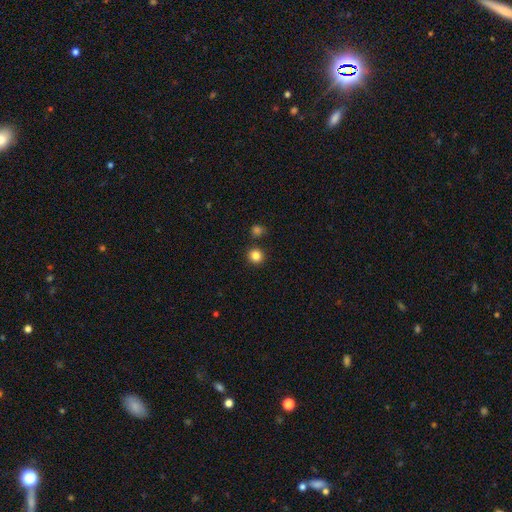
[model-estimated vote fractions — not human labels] Smooth or featured: smooth — 84% (star or artifact — 12%)
How rounded: round — 93% (in between — 6%)
Merging: none — 87% (minor disturbance — 6%)